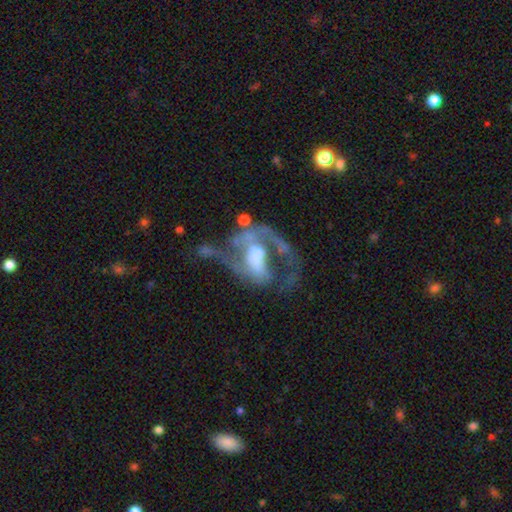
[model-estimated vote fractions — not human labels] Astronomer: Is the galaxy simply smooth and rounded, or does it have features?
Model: featured or disk — 80%.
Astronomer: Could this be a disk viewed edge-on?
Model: no — 96%.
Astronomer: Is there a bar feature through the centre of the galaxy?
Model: no — 40% (runner-up: weak, 37%).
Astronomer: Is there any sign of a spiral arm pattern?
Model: yes — 73%.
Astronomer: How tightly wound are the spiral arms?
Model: medium — 45% (runner-up: loose, 38%).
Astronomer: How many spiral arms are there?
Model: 2 — 59%.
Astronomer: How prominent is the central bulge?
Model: moderate — 44% (runner-up: small, 23%).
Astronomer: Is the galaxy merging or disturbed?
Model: major disturbance — 45% (runner-up: none, 29%).